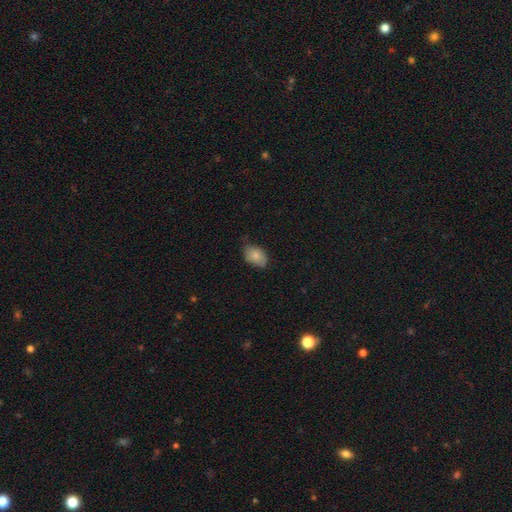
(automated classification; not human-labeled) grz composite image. It shows a smooth galaxy with no disk features (84%) that is in between round and cigar-shaped (86%). Merging: none (66%).